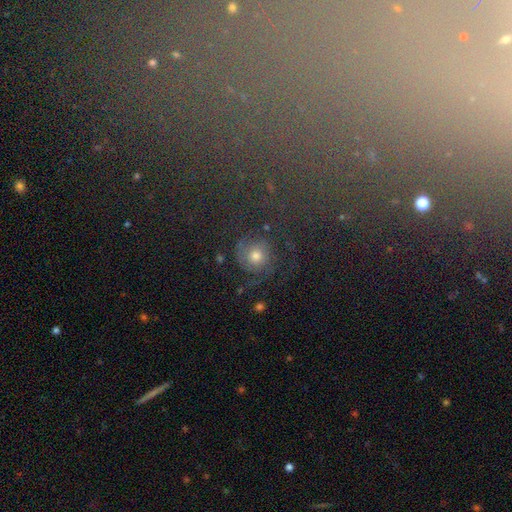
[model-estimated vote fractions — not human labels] Q: Smooth or featured?
A: featured or disk (50%); runner-up: smooth (33%)
Q: Merging?
A: none (63%); runner-up: minor disturbance (17%)